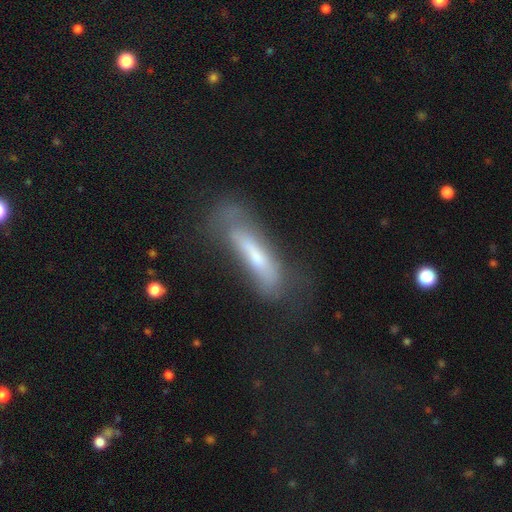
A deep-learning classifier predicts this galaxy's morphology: smooth 50%, featured or disk 41%, star or artifact 9%. Down the decision tree: merging — none (42%).